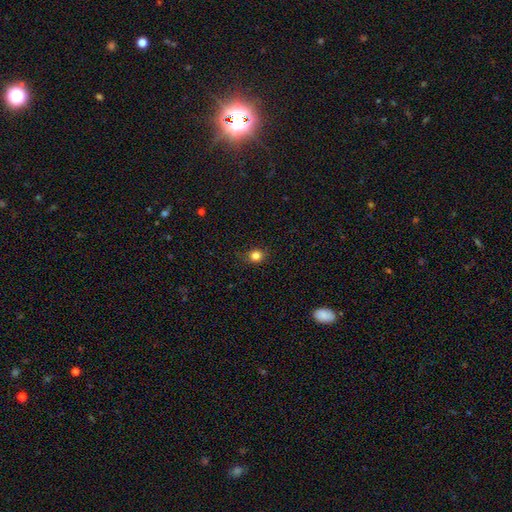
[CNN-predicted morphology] The model was most divided on "how rounded": round: 75%, in between: 24%, cigar-shaped: 1%. More confident: merging — none (85%); smooth or featured — smooth (81%).